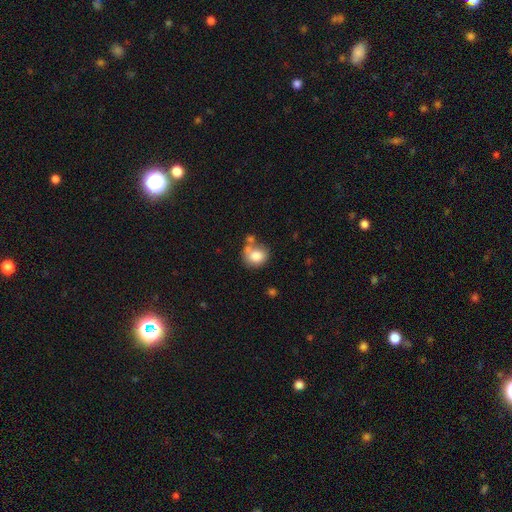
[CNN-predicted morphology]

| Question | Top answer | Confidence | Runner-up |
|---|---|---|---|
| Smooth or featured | smooth | 79% | featured or disk (13%) |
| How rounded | round | 67% | in between (32%) |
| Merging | none | 42% | merger (29%) |